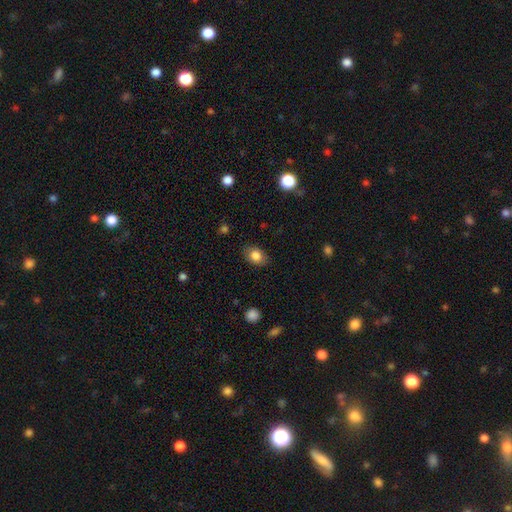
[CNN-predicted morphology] This appears to be a smooth galaxy with no disk features (82%) that is in between round and cigar-shaped (72%). Merging: none (83%).